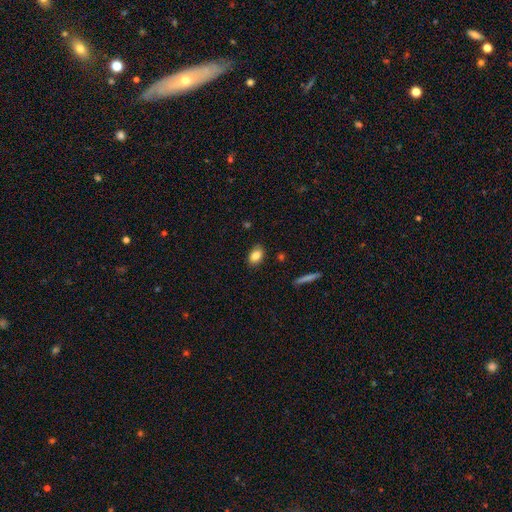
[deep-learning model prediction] Q: Smooth or featured?
A: smooth (83%); runner-up: featured or disk (9%)
Q: How rounded?
A: in between (84%); runner-up: round (13%)
Q: Merging?
A: none (85%); runner-up: minor disturbance (12%)